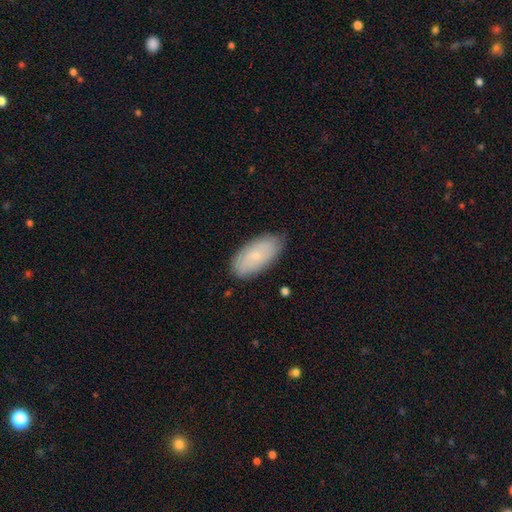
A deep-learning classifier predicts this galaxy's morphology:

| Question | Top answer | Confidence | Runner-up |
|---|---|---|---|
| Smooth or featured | smooth | 62% | featured or disk (31%) |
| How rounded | in between | 93% | cigar-shaped (4%) |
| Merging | none | 83% | minor disturbance (14%) |